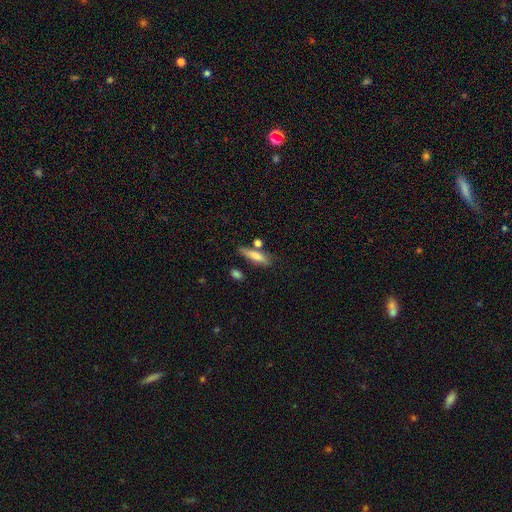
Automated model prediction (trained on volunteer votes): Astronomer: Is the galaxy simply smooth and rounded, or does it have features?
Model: smooth — 72%.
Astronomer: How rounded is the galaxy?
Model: cigar-shaped — 63%.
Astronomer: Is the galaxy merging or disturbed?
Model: none — 63%.